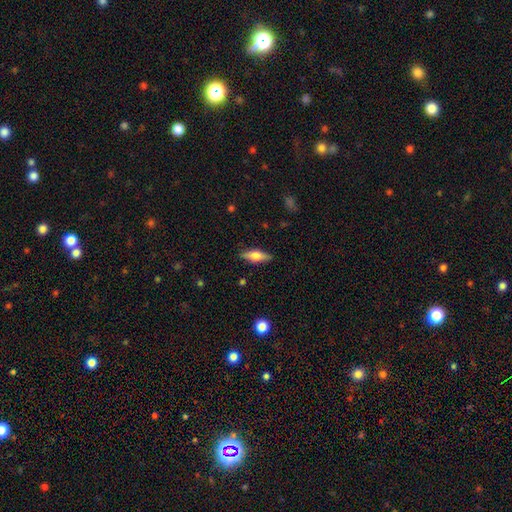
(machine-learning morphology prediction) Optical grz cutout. It shows a smooth galaxy with no disk features (57%) that is in between round and cigar-shaped (58%). Merging: none (86%).